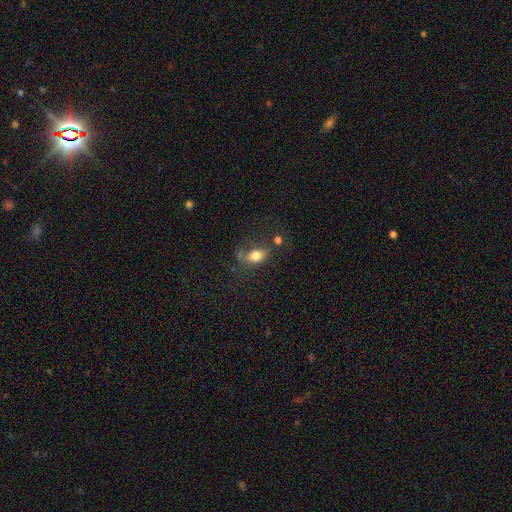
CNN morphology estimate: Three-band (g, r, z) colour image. It shows a smooth galaxy with no disk features (76%) that is in between round and cigar-shaped (77%). Merging: none (44%).